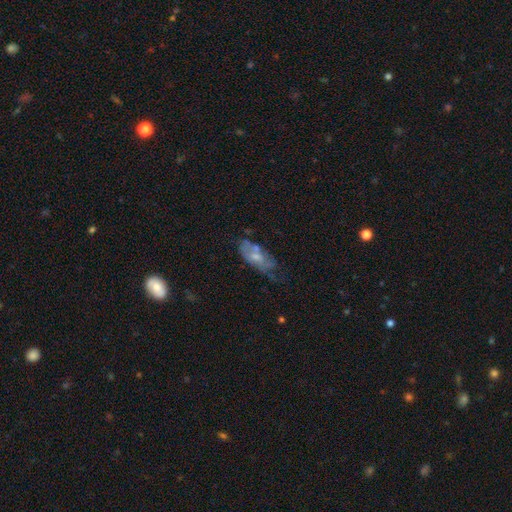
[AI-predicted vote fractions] Smooth or featured? Predicted: featured or disk (p=0.49). Merging? Predicted: none (p=0.37).